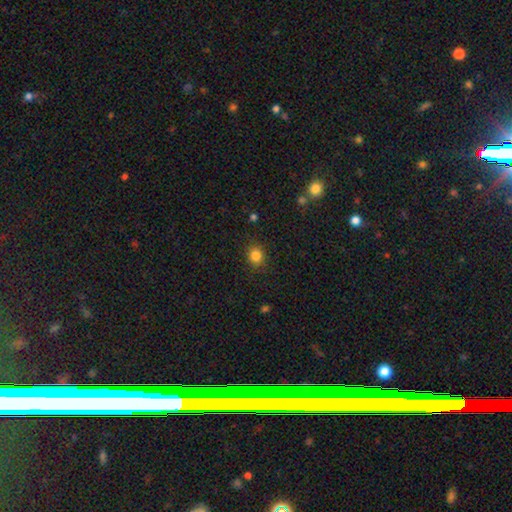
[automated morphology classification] This is clearly a smooth galaxy (84%). How rounded: likely round (77%). Merging: clearly none (87%).